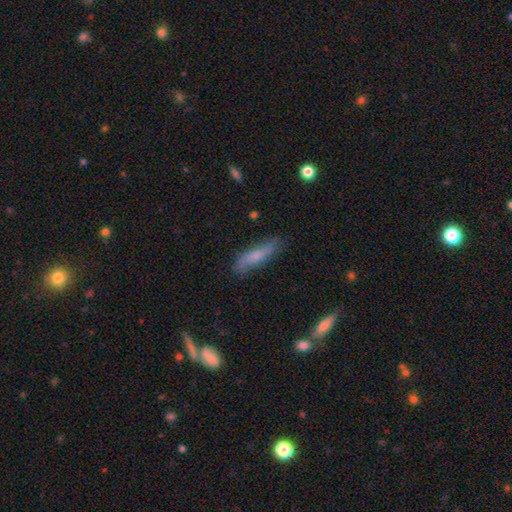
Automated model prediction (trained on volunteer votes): This appears to be a smooth galaxy with no disk features (60%) that is cigar-shaped (72%). Merging: none (71%).